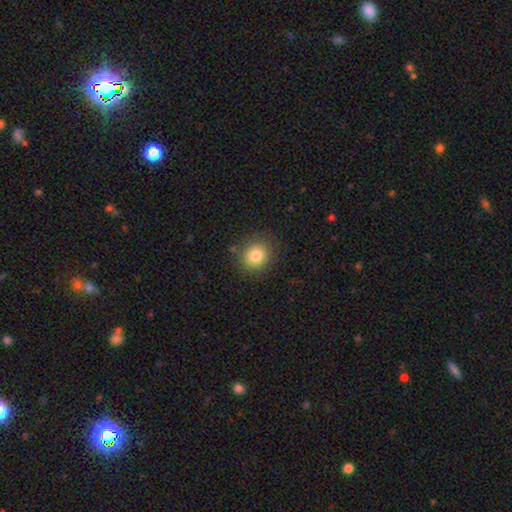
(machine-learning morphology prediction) This is clearly a smooth galaxy (81%). How rounded: clearly round (85%). Merging: clearly none (86%).